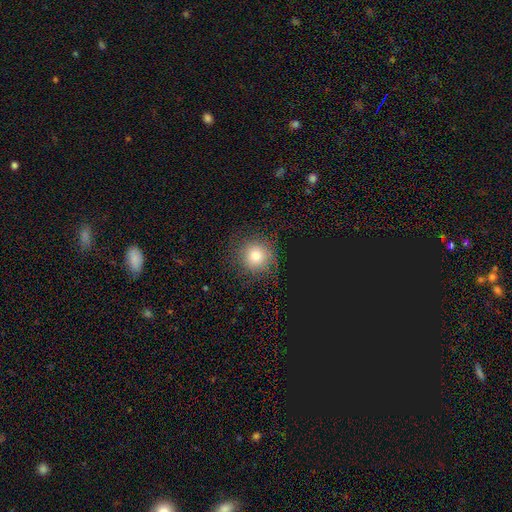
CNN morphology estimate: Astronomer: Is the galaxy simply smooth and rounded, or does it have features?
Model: smooth — 72%.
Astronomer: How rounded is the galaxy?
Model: round — 93%.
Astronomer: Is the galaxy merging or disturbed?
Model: none — 84%.